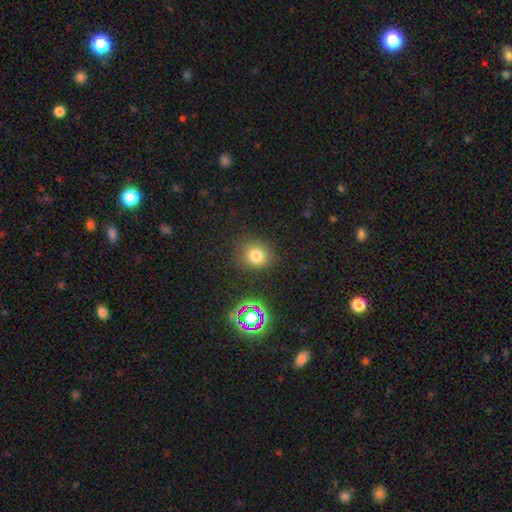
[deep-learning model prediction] A smooth galaxy with no disk features (75%) that is round (79%).

Vote fractions:
- Smooth or featured? smooth: 75% / star or artifact: 18% / featured or disk: 7%
- How rounded? round: 79% / in between: 20% / cigar-shaped: 1%
- Merging? none: 84% / minor disturbance: 10% / major disturbance: 4% / merger: 2%